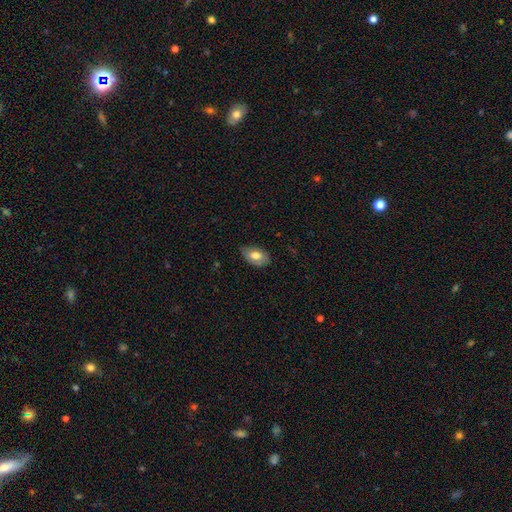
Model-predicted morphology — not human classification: type=smooth (72%); roundness=in between (91%); merging=none (72%).